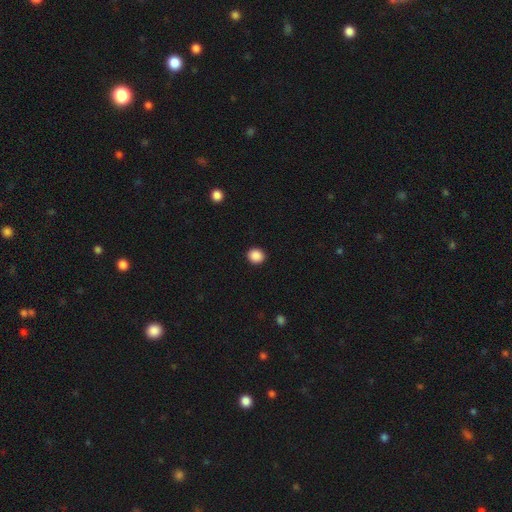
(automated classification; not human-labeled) Q: Smooth or featured?
A: smooth (89%); runner-up: star or artifact (9%)
Q: How rounded?
A: round (83%); runner-up: in between (16%)
Q: Merging?
A: none (92%); runner-up: minor disturbance (5%)